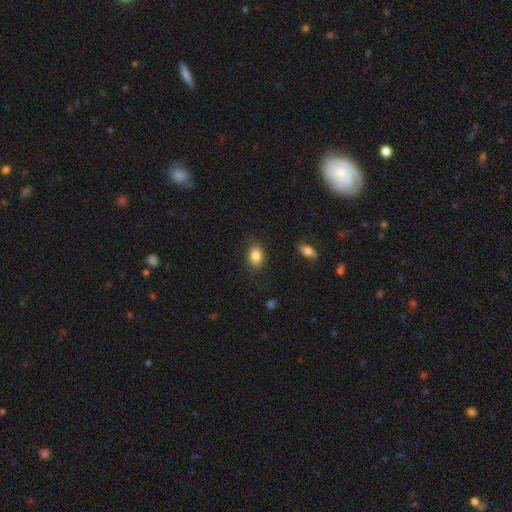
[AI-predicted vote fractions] smooth_or_featured: smooth (p=0.85) [alt: star or artifact p=0.08]
how_rounded: in between (p=0.80) [alt: round p=0.19]
merging: none (p=0.85) [alt: minor disturbance p=0.11]